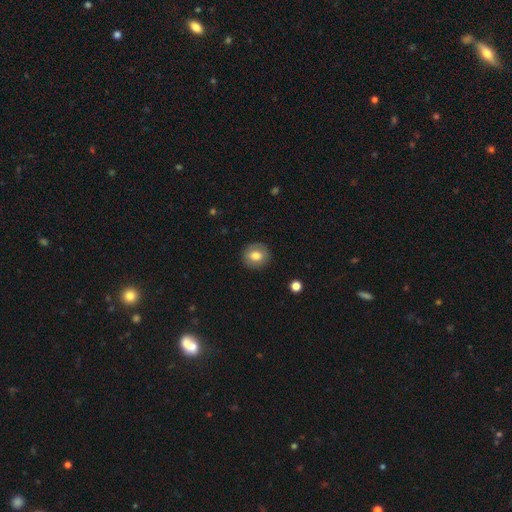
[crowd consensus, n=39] Smooth or featured? 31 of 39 (79%) said smooth. How rounded? 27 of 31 (87%) said round. Merging? 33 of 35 (94%) said none.